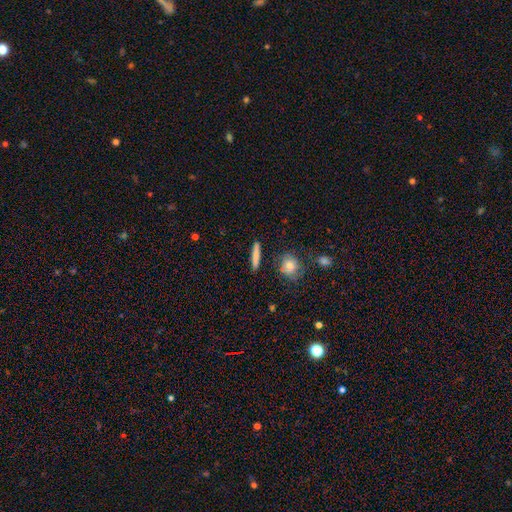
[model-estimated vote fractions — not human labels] The model was most divided on "smooth or featured": smooth: 78%, featured or disk: 15%, star or artifact: 7%. More confident: merging — none (88%); how rounded — cigar-shaped (88%).